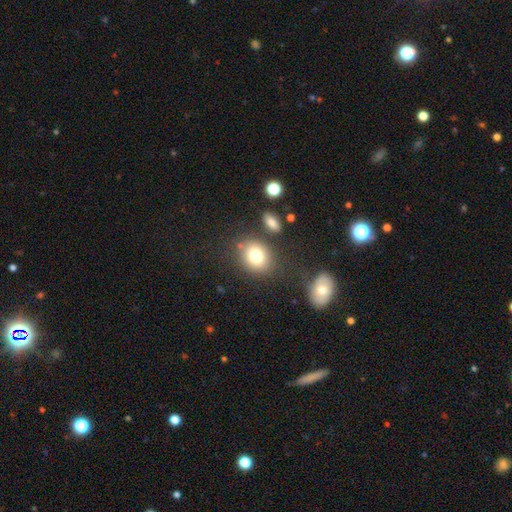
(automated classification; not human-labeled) A smooth galaxy with no disk features (79%) that is round (56%).

Vote fractions:
- Smooth or featured? smooth: 79% / featured or disk: 11% / star or artifact: 11%
- How rounded? round: 56% / in between: 43% / cigar-shaped: 1%
- Merging? none: 75% / minor disturbance: 12% / merger: 8% / major disturbance: 5%